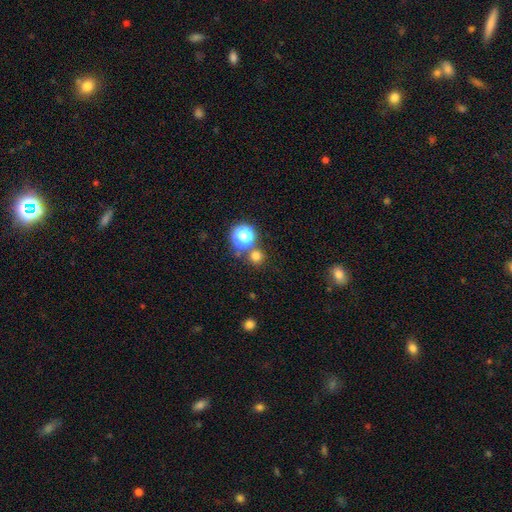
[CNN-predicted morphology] type=smooth (71%); roundness=round (92%); merging=none (75%).